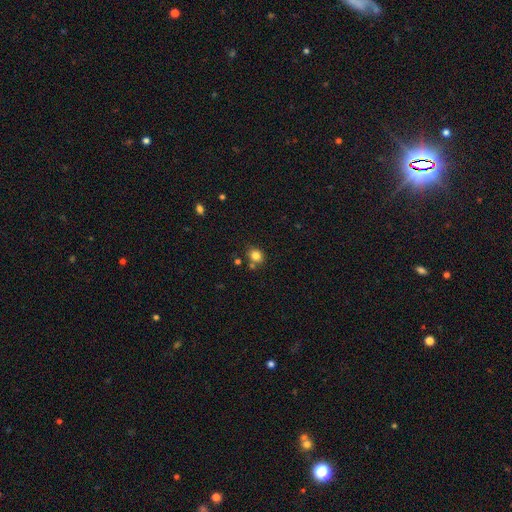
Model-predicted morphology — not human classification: Q: Smooth or featured?
A: smooth (82%); runner-up: star or artifact (12%)
Q: How rounded?
A: round (65%); runner-up: in between (34%)
Q: Merging?
A: none (72%); runner-up: merger (13%)